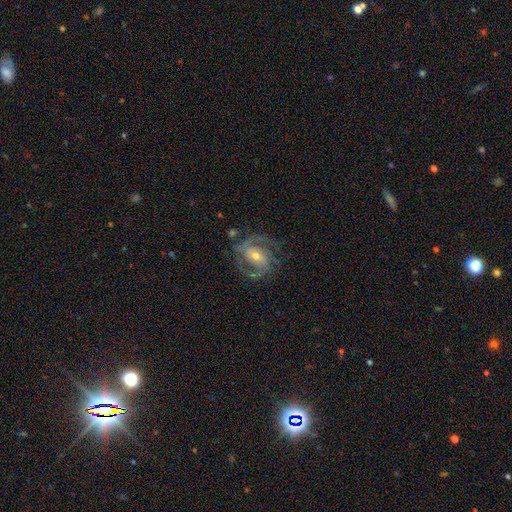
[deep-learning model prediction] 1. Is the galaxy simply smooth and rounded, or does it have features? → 88% featured or disk, 7% smooth, 6% star or artifact.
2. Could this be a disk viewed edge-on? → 97% no, 3% yes.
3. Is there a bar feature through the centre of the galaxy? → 41% weak, 33% no, 25% strong.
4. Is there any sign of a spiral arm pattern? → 96% yes, 4% no.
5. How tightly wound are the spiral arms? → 49% medium, 39% tight, 12% loose.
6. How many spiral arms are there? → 63% 2, 17% 3, 10% can't tell, 3% 1, 3% 4, 3% more than 4.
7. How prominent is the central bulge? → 50% moderate, 45% small, 3% large, 1% none, 1% dominant.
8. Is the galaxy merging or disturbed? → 70% none, 17% minor disturbance, 12% major disturbance, 2% merger.